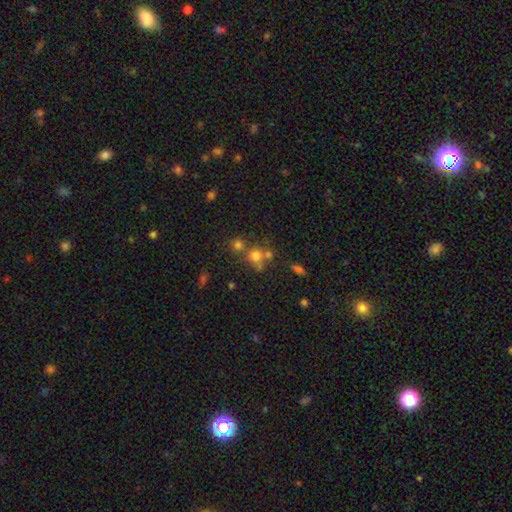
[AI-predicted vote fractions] Smooth or featured?
  - smooth: 67% *
  - star or artifact: 19%
  - featured or disk: 14%
How rounded?
  - round: 86% *
  - in between: 13%
  - cigar-shaped: 1%
Merging?
  - none: 51% *
  - merger: 35%
  - minor disturbance: 9%
  - major disturbance: 5%